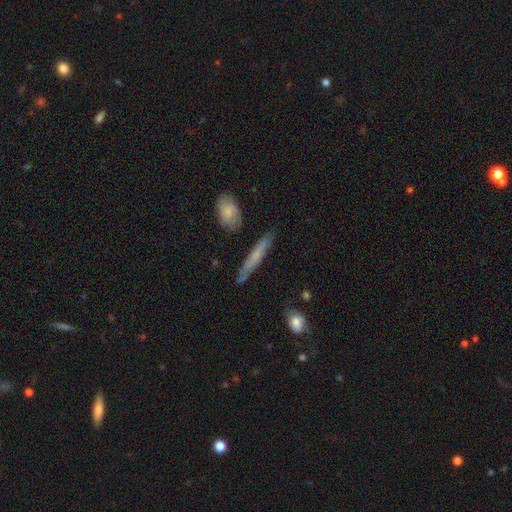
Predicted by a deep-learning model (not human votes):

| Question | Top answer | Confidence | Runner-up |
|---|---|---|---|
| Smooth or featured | smooth | 55% | featured or disk (36%) |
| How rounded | cigar-shaped | 91% | in between (6%) |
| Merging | none | 81% | minor disturbance (13%) |